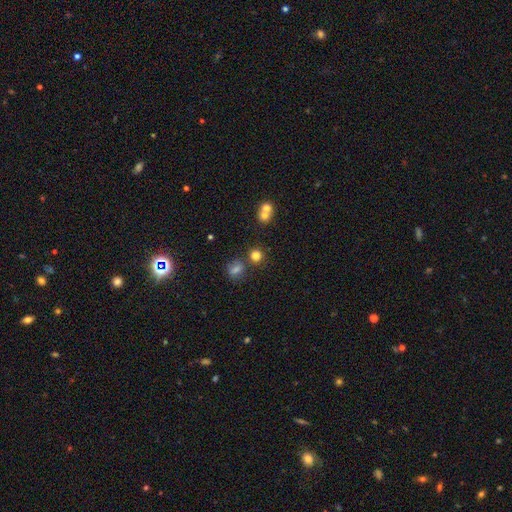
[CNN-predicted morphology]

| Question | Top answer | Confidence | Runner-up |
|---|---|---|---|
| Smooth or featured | smooth | 78% | star or artifact (15%) |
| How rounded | round | 88% | in between (11%) |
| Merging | none | 72% | merger (16%) |